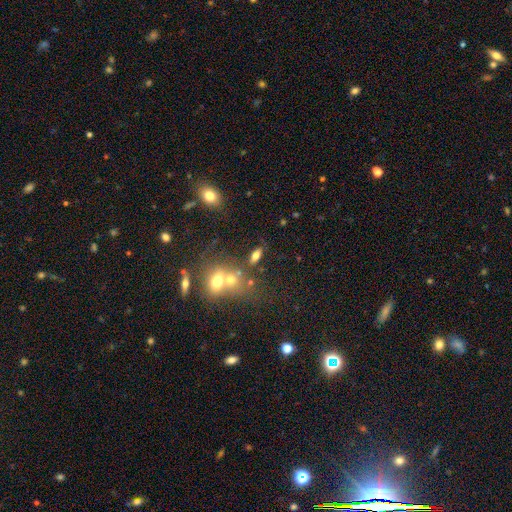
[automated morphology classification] A smooth galaxy with no disk features (68%) that is in between round and cigar-shaped (77%).

Vote fractions:
- Smooth or featured? smooth: 68% / featured or disk: 18% / star or artifact: 14%
- How rounded? in between: 77% / cigar-shaped: 14% / round: 10%
- Merging? none: 64% / merger: 18% / minor disturbance: 13% / major disturbance: 6%